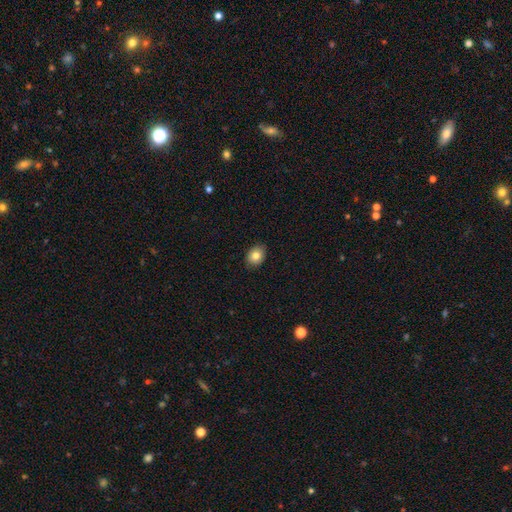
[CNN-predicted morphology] Overall: smooth (81%). How rounded: in between (55%; round 44%). Merging: none (88%).